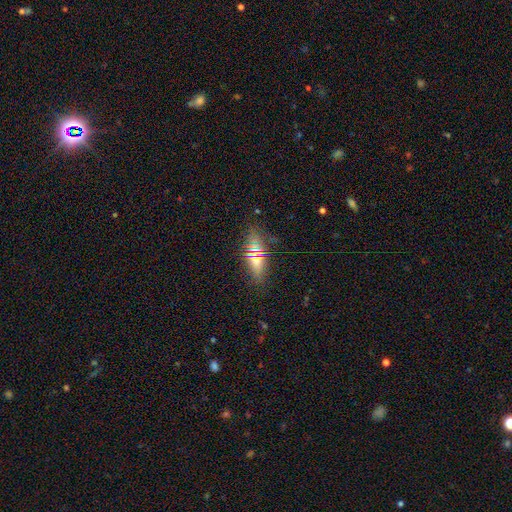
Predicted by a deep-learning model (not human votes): This appears to be a smooth galaxy with no disk features (60%) that is in between round and cigar-shaped (71%). Merging: none (81%).